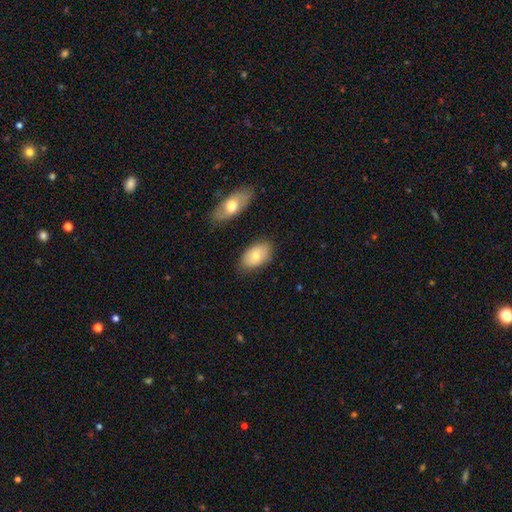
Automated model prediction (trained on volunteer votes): The model was most divided on "smooth or featured": smooth: 74%, featured or disk: 19%, star or artifact: 7%. More confident: how rounded — in between (92%); merging — none (77%).